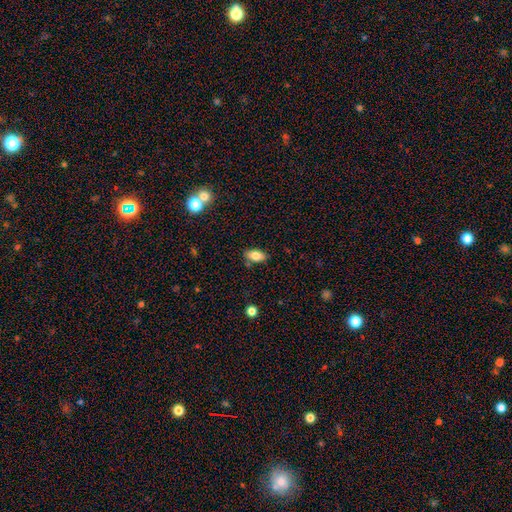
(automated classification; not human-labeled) smooth 80%, featured or disk 11%, star or artifact 8%. Down the decision tree: how rounded — in between (90%); merging — none (78%).